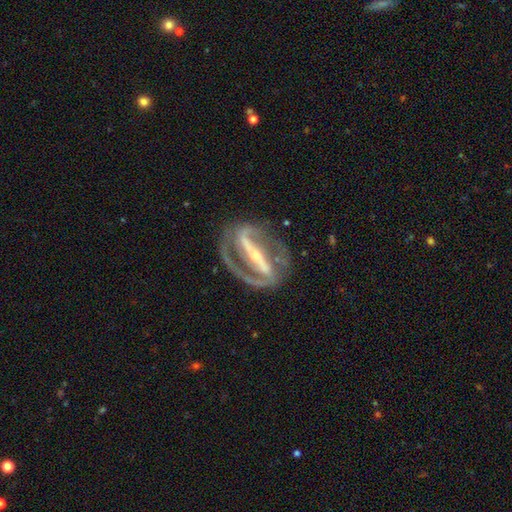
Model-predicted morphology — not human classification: This is clearly a featured or disk galaxy (90%). It is clearly not viewed edge-on (91%). Bar: clearly strong (85%). Spiral arm pattern: clearly yes (92%). Spiral arm count: clearly 2 (88%). Spiral winding: possibly medium (46%). Central bulge: likely small (69%). Merging: likely none (75%).